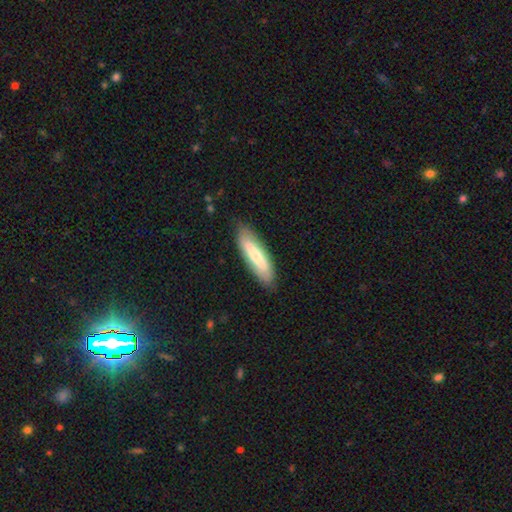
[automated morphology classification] smooth_or_featured: smooth (p=0.60) [alt: featured or disk p=0.34]
how_rounded: cigar-shaped (p=0.67) [alt: in between p=0.31]
merging: none (p=0.83) [alt: minor disturbance p=0.13]